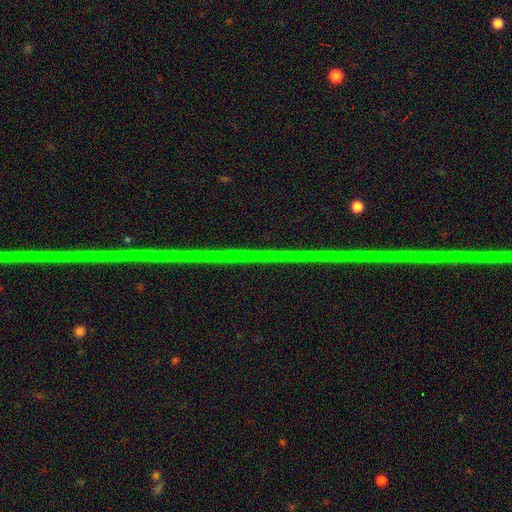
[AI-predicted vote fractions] smooth_or_featured: star or artifact (p=0.87) [alt: featured or disk p=0.09]